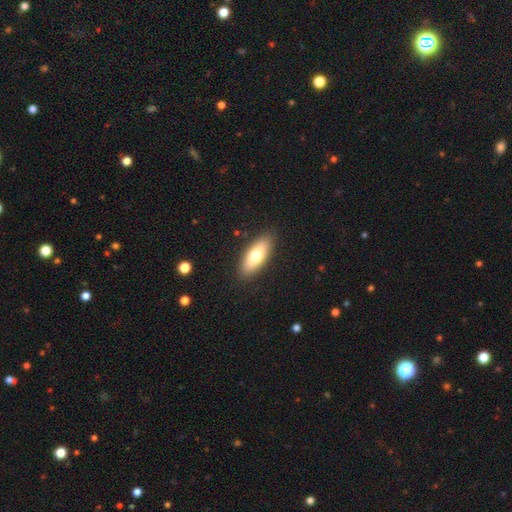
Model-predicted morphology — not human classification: type=smooth (70%); roundness=in between (73%); merging=none (88%).